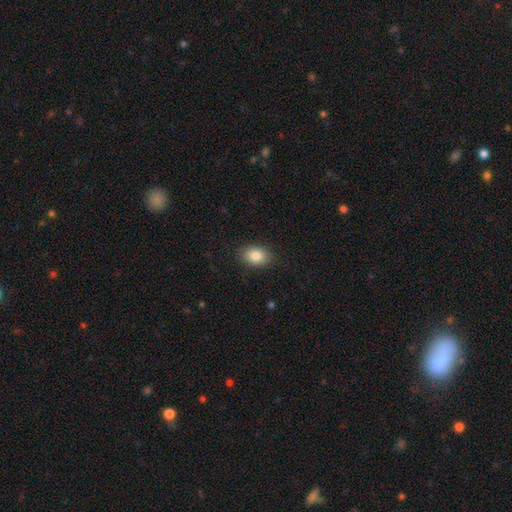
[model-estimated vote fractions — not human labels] smooth-or-featured: smooth: 84% | star or artifact: 9% | featured or disk: 8%
  how-rounded: in between: 74% | round: 24% | cigar-shaped: 1%
  merging: none: 88% | minor disturbance: 9% | major disturbance: 2% | merger: 1%